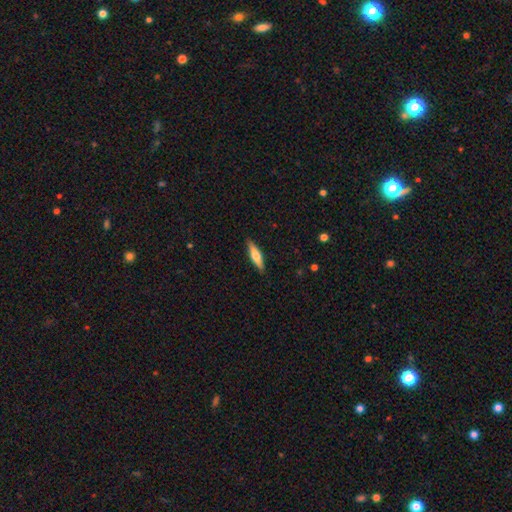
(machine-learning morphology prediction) This is possibly a smooth galaxy (49%). Merging: clearly none (90%).